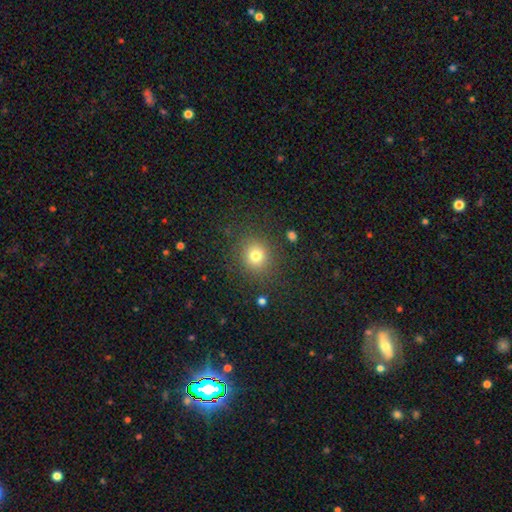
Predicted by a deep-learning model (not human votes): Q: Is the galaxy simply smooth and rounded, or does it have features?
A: smooth — 78%.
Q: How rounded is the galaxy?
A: round — 86%.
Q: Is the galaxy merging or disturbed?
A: none — 86%.